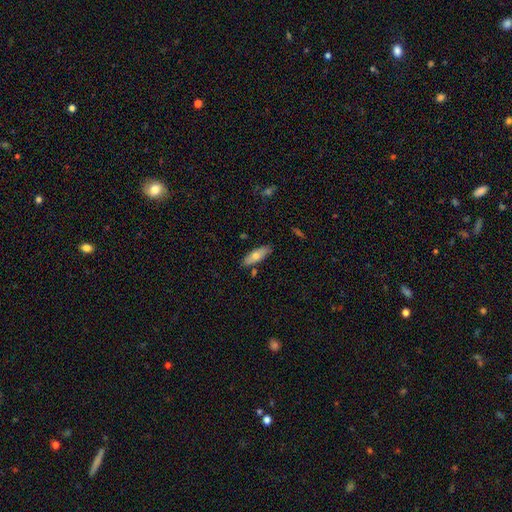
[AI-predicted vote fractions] smooth-or-featured: smooth: 64% | featured or disk: 29% | star or artifact: 7%
  how-rounded: in between: 64% | cigar-shaped: 33% | round: 2%
  merging: none: 82% | minor disturbance: 12% | merger: 4% | major disturbance: 2%